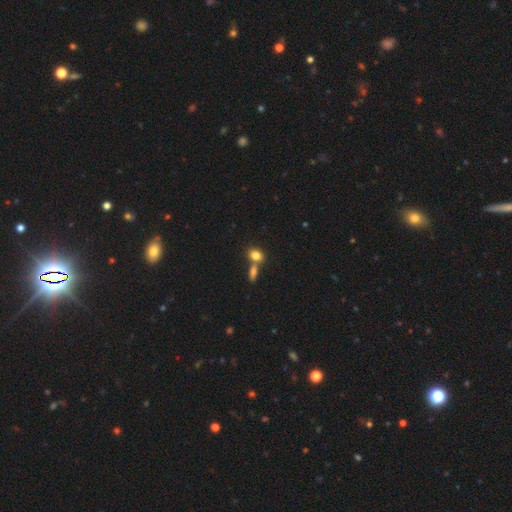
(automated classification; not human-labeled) The model was most divided on "merging": none: 46%, merger: 42%, minor disturbance: 9%, major disturbance: 3%. More confident: smooth or featured — smooth (82%); how rounded — in between (66%).